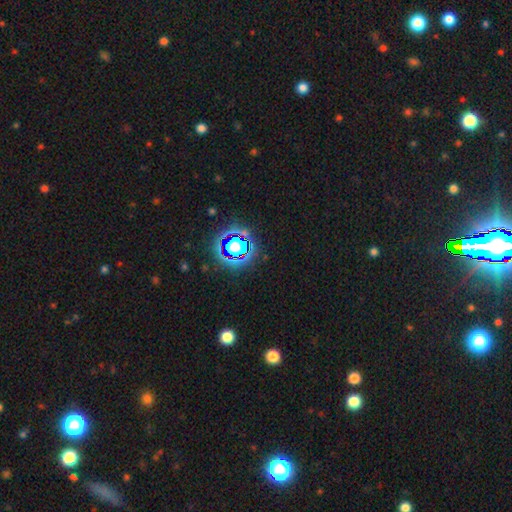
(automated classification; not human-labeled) Smooth or featured? Predicted: star or artifact (p=0.81).